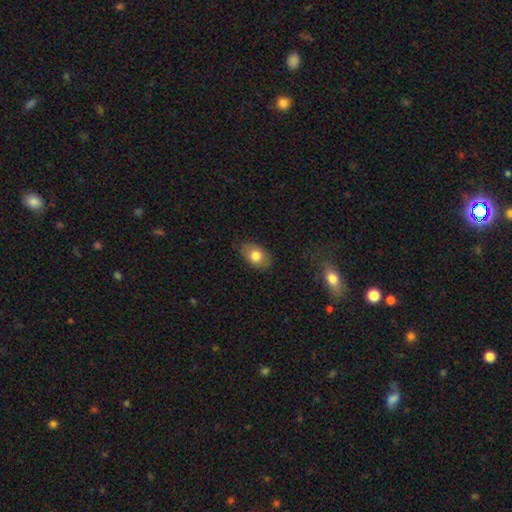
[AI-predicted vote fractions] This is likely a smooth galaxy (77%). How rounded: clearly in between (85%). Merging: clearly none (82%).